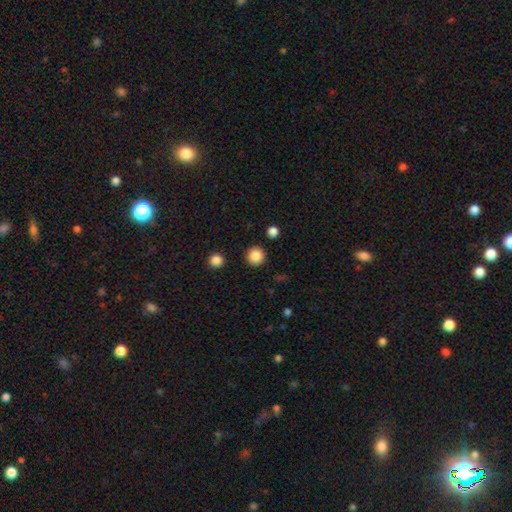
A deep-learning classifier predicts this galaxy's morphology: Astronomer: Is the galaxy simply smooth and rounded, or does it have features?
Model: smooth — 87%.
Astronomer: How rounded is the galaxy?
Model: round — 95%.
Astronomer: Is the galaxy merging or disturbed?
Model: none — 92%.